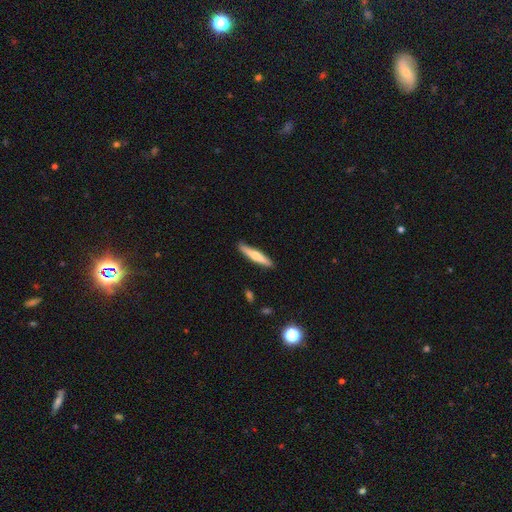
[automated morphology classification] smooth_or_featured: smooth (p=0.50) [alt: featured or disk p=0.45]
how_rounded: cigar-shaped (p=0.91) [alt: in between p=0.08]
merging: none (p=0.90) [alt: minor disturbance p=0.07]